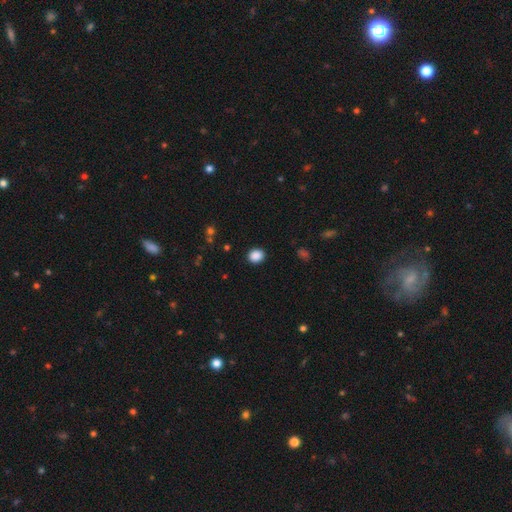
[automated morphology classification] A smooth galaxy with no disk features (88%) that is round (68%). Merging: none (90%).